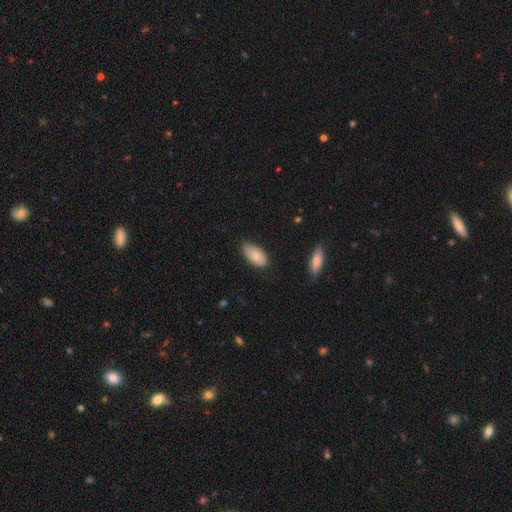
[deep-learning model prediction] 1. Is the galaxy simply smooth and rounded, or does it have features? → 84% smooth, 10% featured or disk, 7% star or artifact.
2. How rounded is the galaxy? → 93% in between, 5% cigar-shaped, 2% round.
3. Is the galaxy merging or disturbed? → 72% none, 23% minor disturbance, 3% major disturbance, 2% merger.